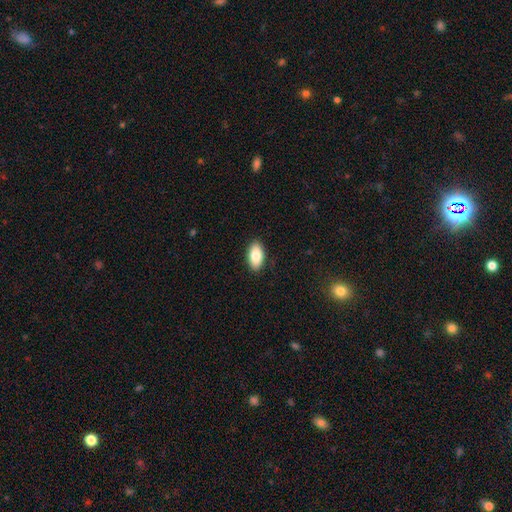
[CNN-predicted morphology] The model was most divided on "smooth or featured": smooth: 84%, featured or disk: 10%, star or artifact: 7%. More confident: how rounded — in between (93%); merging — none (89%).